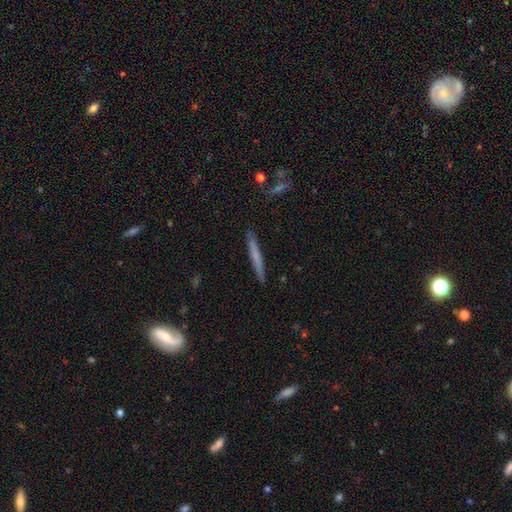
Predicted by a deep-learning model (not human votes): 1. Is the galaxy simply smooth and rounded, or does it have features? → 58% smooth, 36% featured or disk, 6% star or artifact.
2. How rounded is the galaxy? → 96% cigar-shaped, 2% in between, 1% round.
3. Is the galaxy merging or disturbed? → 90% none, 7% minor disturbance, 2% major disturbance, 1% merger.